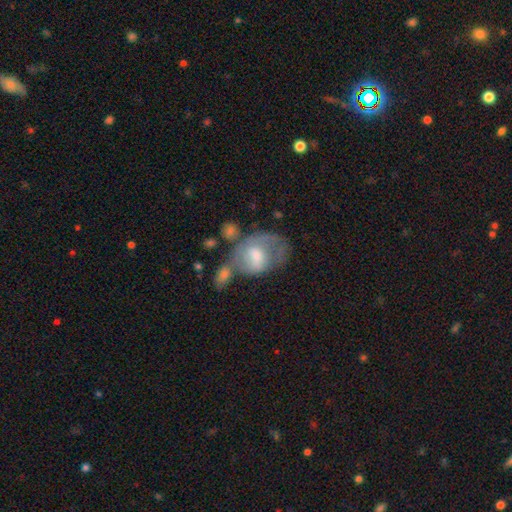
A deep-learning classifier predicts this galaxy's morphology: The model was most divided on "merging": none: 29%, major disturbance: 25%, merger: 24%, minor disturbance: 22%. More confident: edge-on disk — no (95%); smooth or featured — featured or disk (51%).